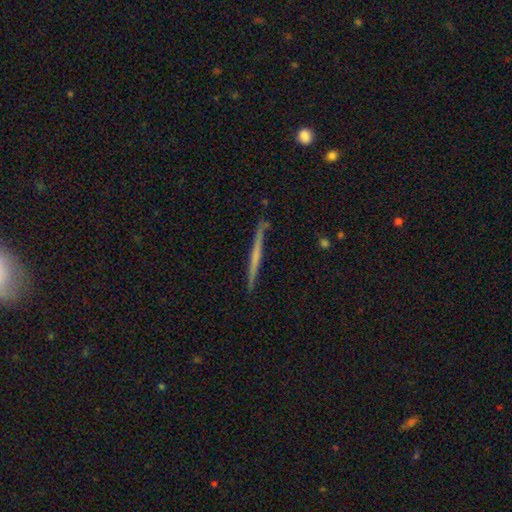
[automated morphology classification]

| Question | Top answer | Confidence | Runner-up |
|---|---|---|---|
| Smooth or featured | featured or disk | 57% | smooth (37%) |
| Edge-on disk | yes | 98% | no (2%) |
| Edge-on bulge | none | 80% | rounded (13%) |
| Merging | none | 89% | minor disturbance (8%) |